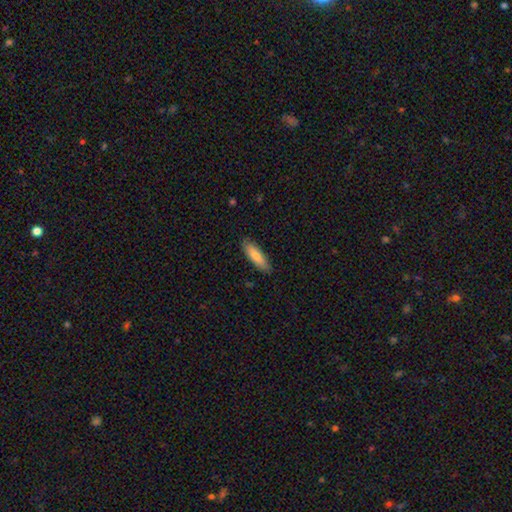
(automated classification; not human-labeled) Q: Smooth or featured?
A: smooth (82%); runner-up: featured or disk (13%)
Q: How rounded?
A: cigar-shaped (52%); runner-up: in between (46%)
Q: Merging?
A: none (86%); runner-up: minor disturbance (11%)